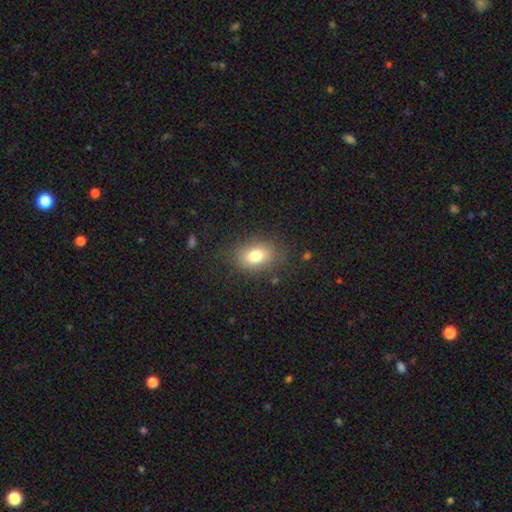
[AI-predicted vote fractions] This is likely a smooth galaxy (77%). How rounded: likely in between (77%). Merging: clearly none (80%).